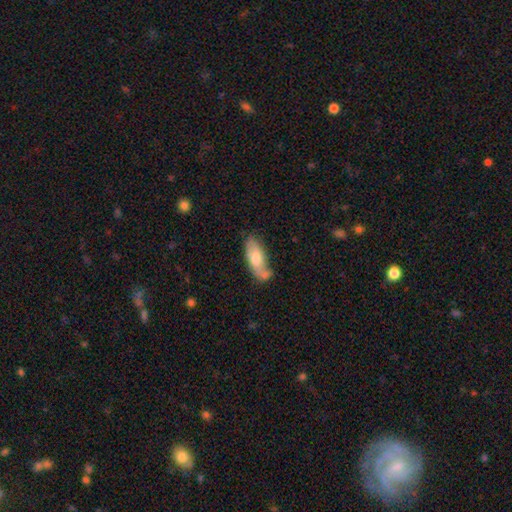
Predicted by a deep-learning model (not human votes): A smooth galaxy with no disk features (66%) that is in between round and cigar-shaped (72%). Merging: none (54%).